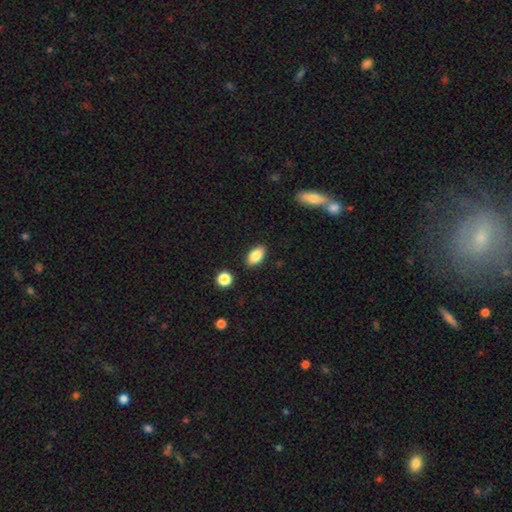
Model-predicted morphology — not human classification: smooth-or-featured: smooth: 85% | star or artifact: 8% | featured or disk: 7%
  how-rounded: in between: 91% | round: 7% | cigar-shaped: 3%
  merging: none: 87% | minor disturbance: 9% | merger: 2% | major disturbance: 2%